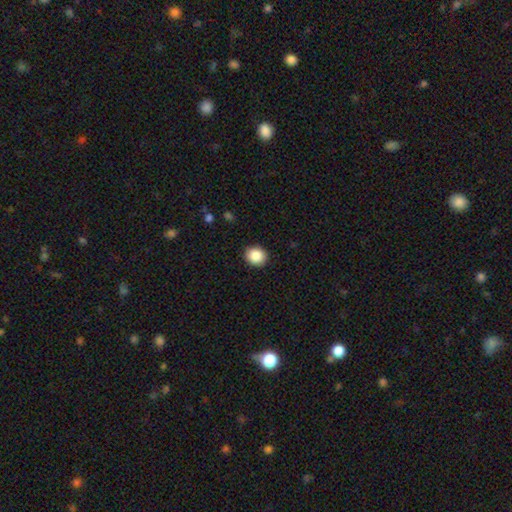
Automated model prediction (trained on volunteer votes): Q: Smooth or featured?
A: smooth (87%); runner-up: star or artifact (9%)
Q: How rounded?
A: round (78%); runner-up: in between (21%)
Q: Merging?
A: none (91%); runner-up: minor disturbance (6%)